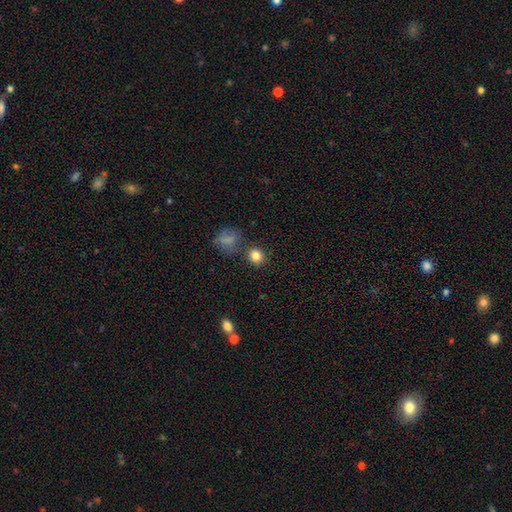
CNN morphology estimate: A smooth galaxy with no disk features (83%) that is round (80%). Merging: none (77%).